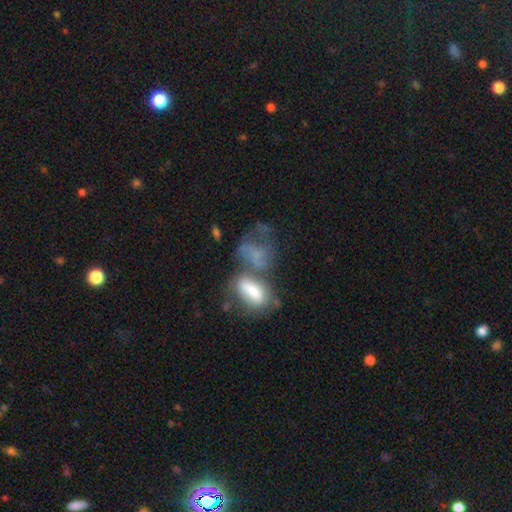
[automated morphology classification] type=smooth (54%); roundness=in between (77%); merging=merger (46%).